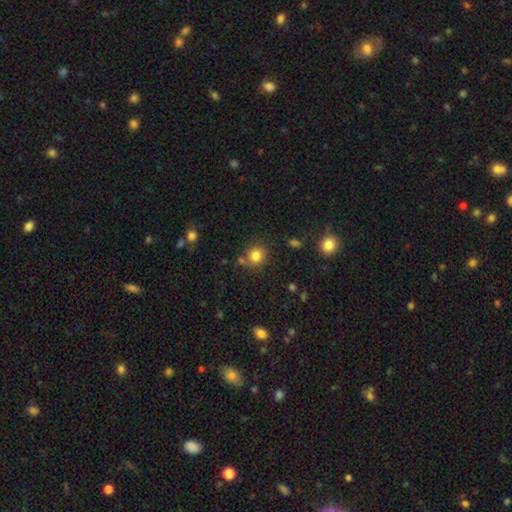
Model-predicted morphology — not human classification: Overall: smooth (82%). How rounded: round (86%). Merging: none (75%).